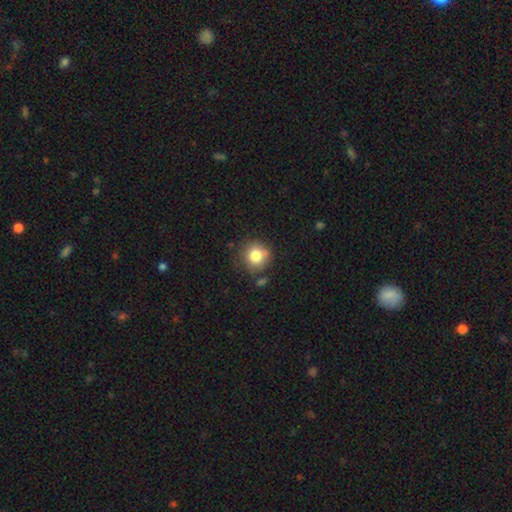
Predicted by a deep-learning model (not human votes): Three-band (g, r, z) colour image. It shows a smooth galaxy with no disk features (81%) that is round (91%). Merging: none (75%).